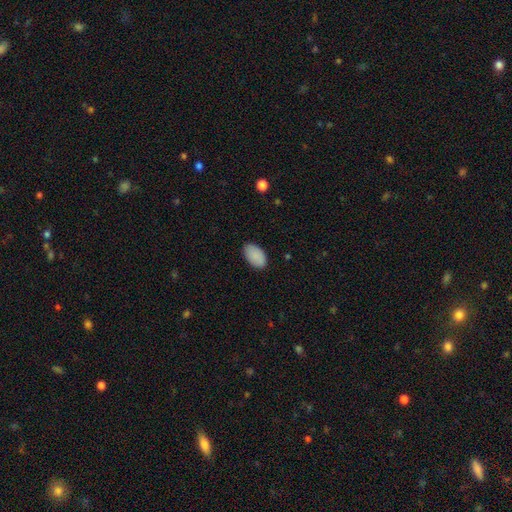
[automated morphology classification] smooth_or_featured: smooth (p=0.90) [alt: star or artifact p=0.06]
how_rounded: in between (p=0.95) [alt: round p=0.04]
merging: none (p=0.86) [alt: minor disturbance p=0.11]